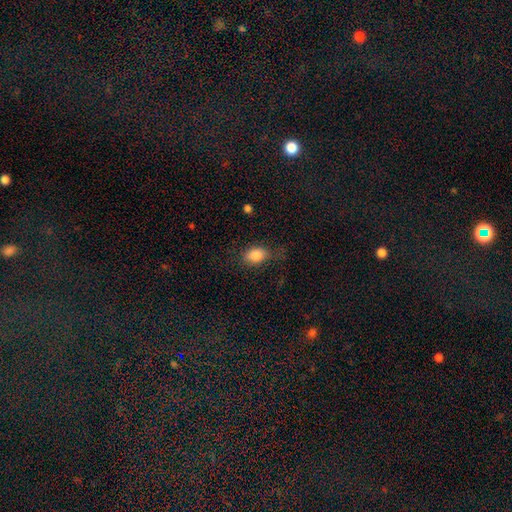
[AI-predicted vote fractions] smooth-or-featured: smooth: 84% | star or artifact: 8% | featured or disk: 8%
  how-rounded: in between: 79% | round: 20% | cigar-shaped: 2%
  merging: none: 66% | minor disturbance: 23% | major disturbance: 9% | merger: 2%